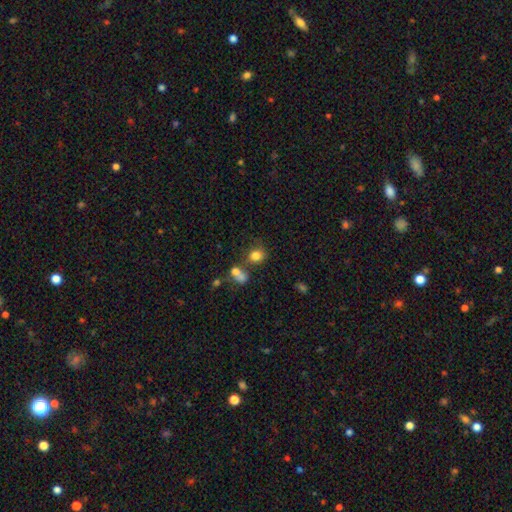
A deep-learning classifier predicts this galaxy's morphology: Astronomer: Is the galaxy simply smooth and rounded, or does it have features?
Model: smooth — 79%.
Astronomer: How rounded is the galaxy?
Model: round — 70%.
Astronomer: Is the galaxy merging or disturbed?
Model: none — 57%.